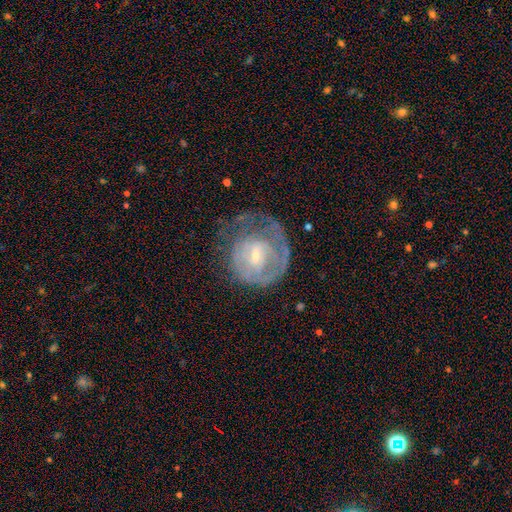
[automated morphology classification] Smooth or featured: featured or disk — 70% (smooth — 24%)
Edge-on disk: no — 97% (yes — 3%)
Bar: weak — 46% (no — 42%)
Spiral arms: yes — 70% (no — 30%)
Bulge size: small — 70% (moderate — 24%)
Merging: none — 43% (major disturbance — 32%)